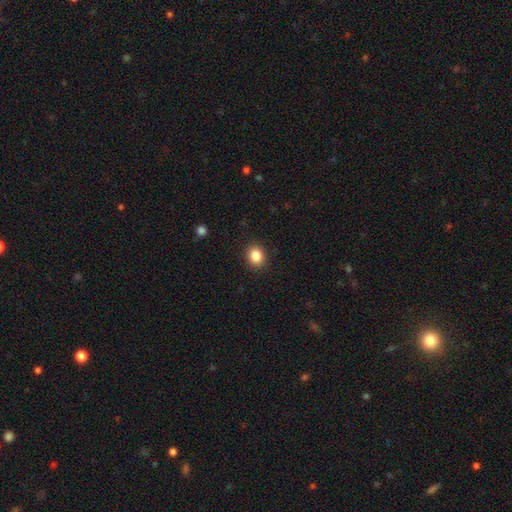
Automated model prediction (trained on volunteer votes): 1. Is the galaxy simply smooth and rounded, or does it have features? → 85% smooth, 10% star or artifact, 5% featured or disk.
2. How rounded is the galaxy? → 67% round, 33% in between, 1% cigar-shaped.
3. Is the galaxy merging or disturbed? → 90% none, 7% minor disturbance, 2% major disturbance, 1% merger.